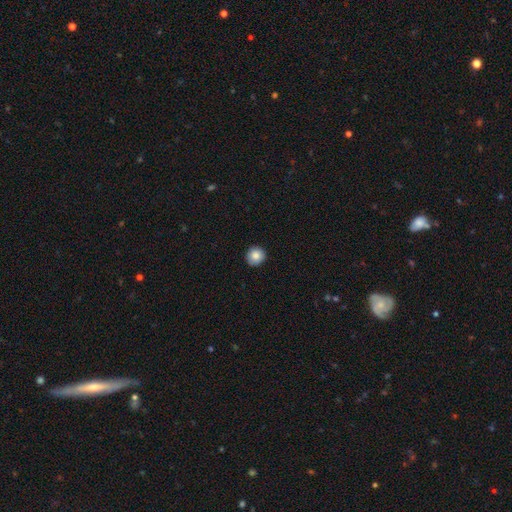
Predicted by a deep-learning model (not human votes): smooth-or-featured: smooth: 85% | star or artifact: 9% | featured or disk: 7%
  how-rounded: round: 93% | in between: 6% | cigar-shaped: 1%
  merging: none: 91% | minor disturbance: 7% | major disturbance: 2% | merger: 1%